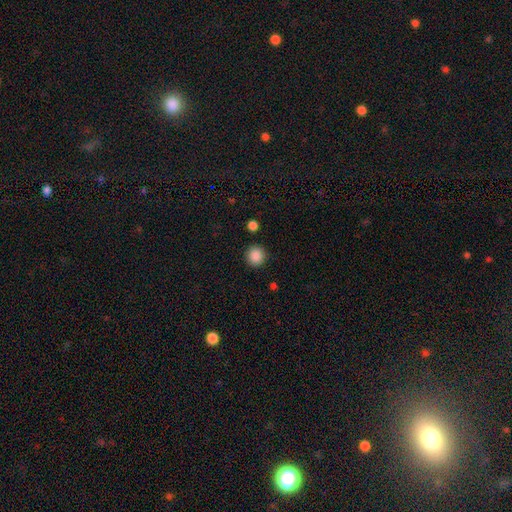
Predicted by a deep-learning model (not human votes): A smooth galaxy with no disk features (88%) that is round (90%).

Vote fractions:
- Smooth or featured? smooth: 88% / star or artifact: 9% / featured or disk: 3%
- How rounded? round: 90% / in between: 9% / cigar-shaped: 1%
- Merging? none: 90% / minor disturbance: 6% / major disturbance: 2% / merger: 2%